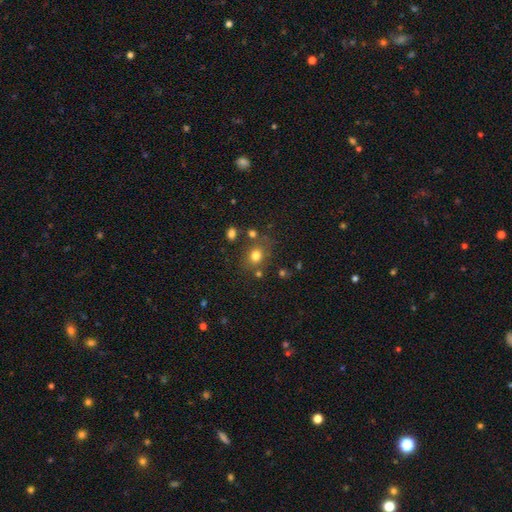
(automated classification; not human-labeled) A smooth galaxy with no disk features (76%) that is round (68%).

Vote fractions:
- Smooth or featured? smooth: 76% / star or artifact: 16% / featured or disk: 9%
- How rounded? round: 68% / in between: 31% / cigar-shaped: 1%
- Merging? none: 73% / minor disturbance: 13% / merger: 8% / major disturbance: 5%